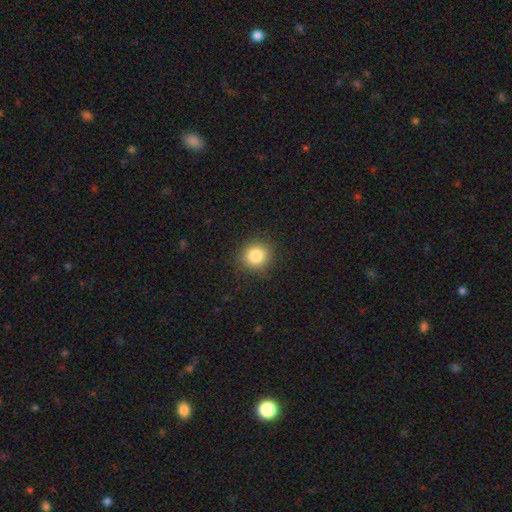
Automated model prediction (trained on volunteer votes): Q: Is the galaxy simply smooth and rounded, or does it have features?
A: smooth — 84%.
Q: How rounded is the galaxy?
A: round — 87%.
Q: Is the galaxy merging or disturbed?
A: none — 89%.